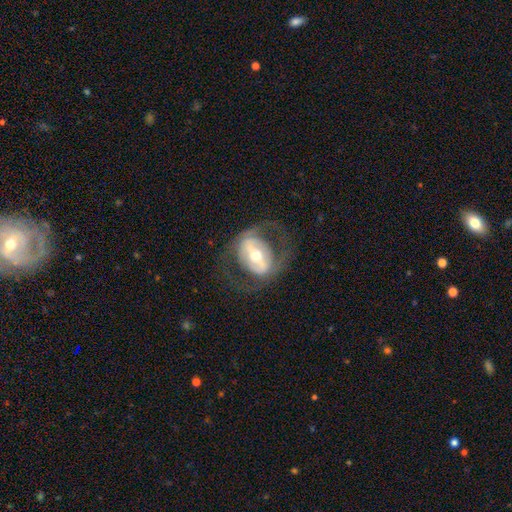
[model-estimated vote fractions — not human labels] Overall: featured or disk (76%). Edge-on disk: no (93%). Bar: strong (54%; weak 28%). Spiral arms: yes (53%; no 47%). Bulge size: moderate (67%). Merging: none (63%).